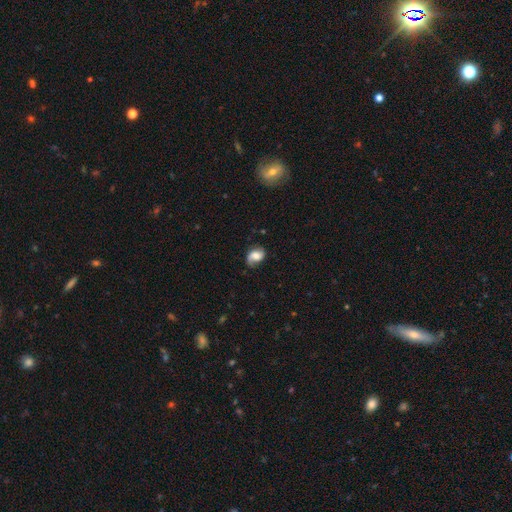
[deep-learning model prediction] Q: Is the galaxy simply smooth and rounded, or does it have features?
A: featured or disk — 52%.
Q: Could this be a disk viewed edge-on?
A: no — 97%.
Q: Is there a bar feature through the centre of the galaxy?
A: no — 53%.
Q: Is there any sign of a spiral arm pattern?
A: yes — 89%.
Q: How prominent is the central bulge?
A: moderate — 40%.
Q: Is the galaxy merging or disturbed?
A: none — 66%.